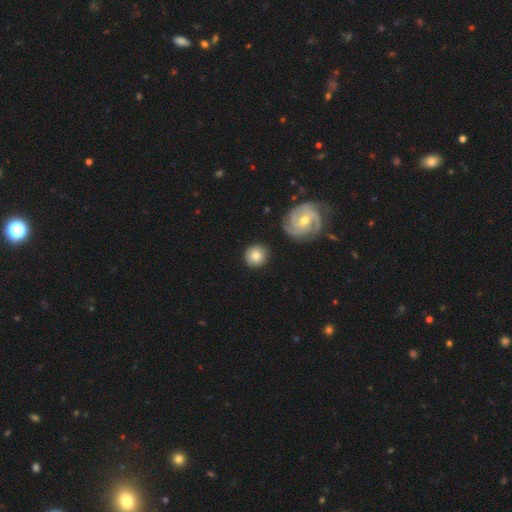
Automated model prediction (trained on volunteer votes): Smooth or featured? smooth (74%)
How rounded? round (93%)
Merging? none (87%)